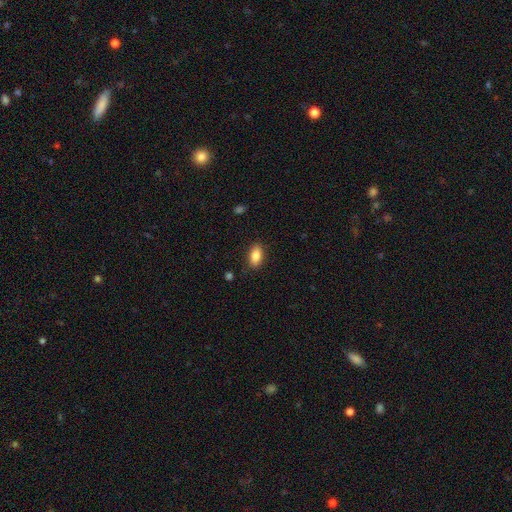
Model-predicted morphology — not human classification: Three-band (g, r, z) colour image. It shows a smooth galaxy with no disk features (87%) that is in between round and cigar-shaped (90%). Merging: none (86%).